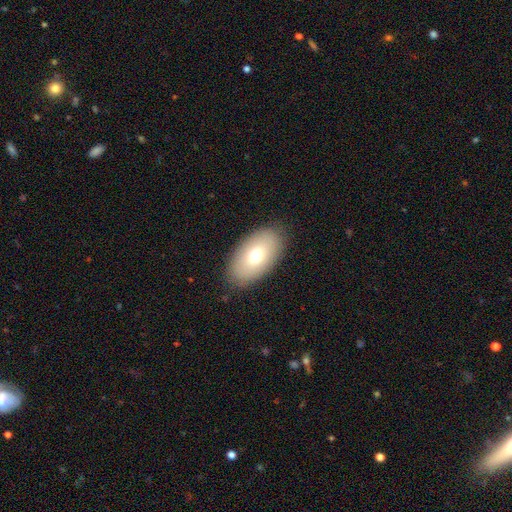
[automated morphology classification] Q: Smooth or featured?
A: smooth (70%); runner-up: featured or disk (21%)
Q: How rounded?
A: in between (94%); runner-up: round (5%)
Q: Merging?
A: none (86%); runner-up: minor disturbance (10%)